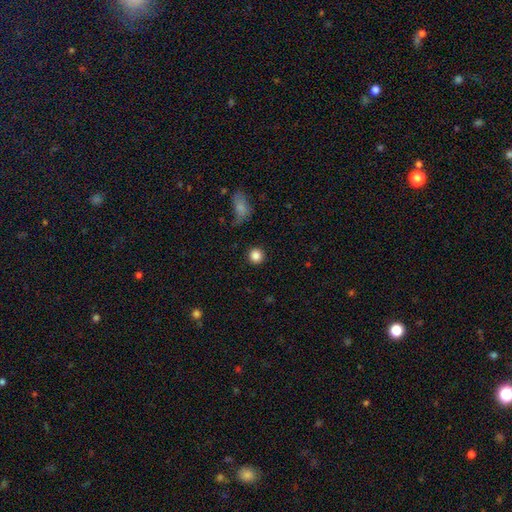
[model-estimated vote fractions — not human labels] The model was most divided on "smooth or featured": smooth: 86%, star or artifact: 10%, featured or disk: 4%. More confident: how rounded — round (94%); merging — none (91%).